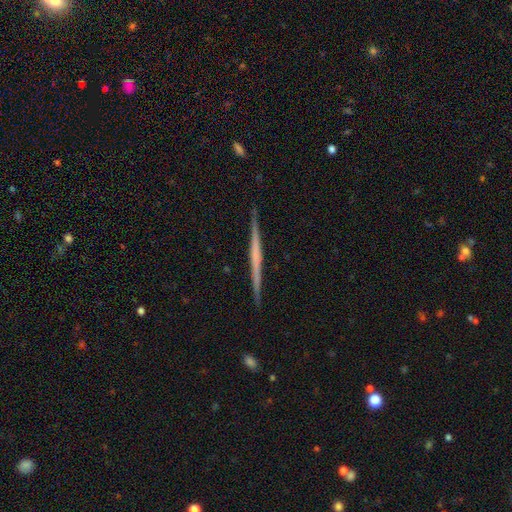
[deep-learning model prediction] This is likely a featured or disk galaxy (65%). It is clearly viewed edge-on (98%). Edge-on bulge: clearly none (84%). Merging: clearly none (92%).